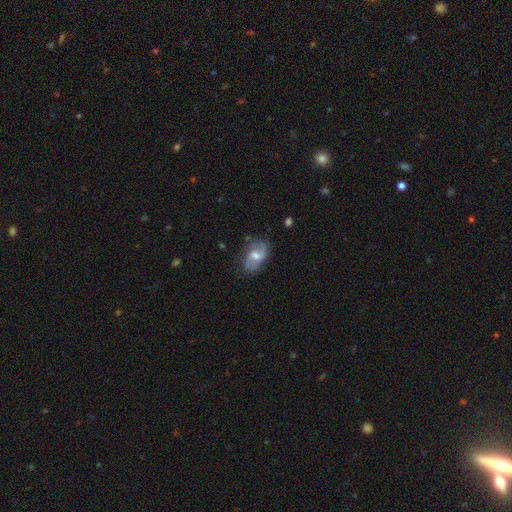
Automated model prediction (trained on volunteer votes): This appears to be a featured or disk galaxy (57%) with a weak bar (46%), spiral arms (82%) and a moderate central bulge (65%). Merging: none (70%).